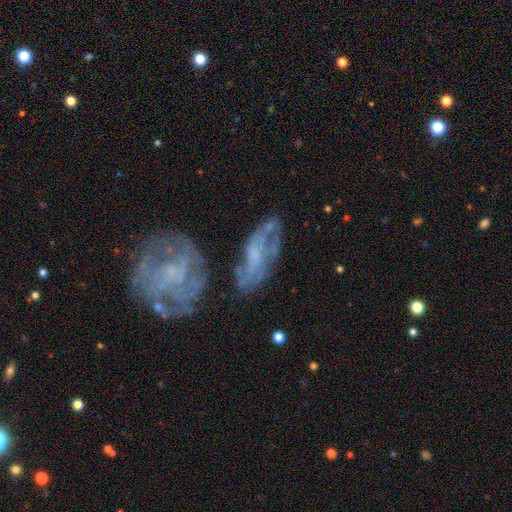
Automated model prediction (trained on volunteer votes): The model was most divided on "bulge size": none: 37%, small: 33%, moderate: 24%, large: 4%, dominant: 1%. More confident: edge-on disk — no (90%); spiral arms — yes (69%); smooth or featured — featured or disk (67%); bar — no (61%); merging — none (57%).